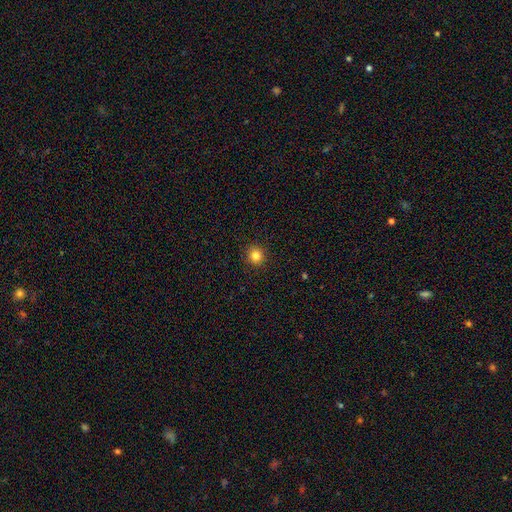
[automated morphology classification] Overall: smooth (83%). How rounded: round (93%). Merging: none (92%).